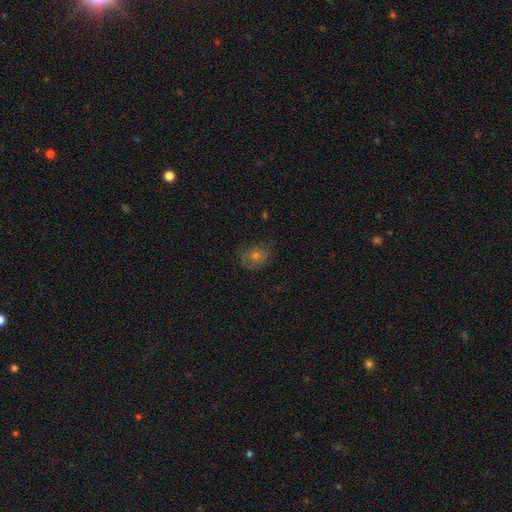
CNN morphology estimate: Q: Smooth or featured?
A: smooth (55%); runner-up: featured or disk (26%)
Q: How rounded?
A: round (61%); runner-up: in between (38%)
Q: Merging?
A: none (69%); runner-up: minor disturbance (21%)